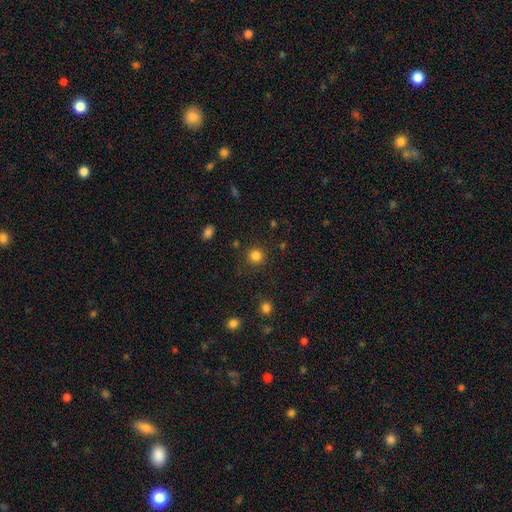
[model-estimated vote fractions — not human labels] smooth-or-featured: smooth: 83% | star or artifact: 13% | featured or disk: 4%
  how-rounded: round: 93% | in between: 6% | cigar-shaped: 1%
  merging: none: 88% | minor disturbance: 7% | major disturbance: 3% | merger: 2%